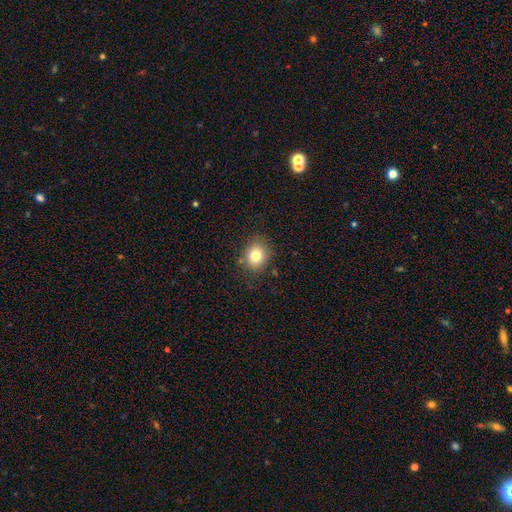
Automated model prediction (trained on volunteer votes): Q: Smooth or featured?
A: smooth (80%); runner-up: star or artifact (12%)
Q: How rounded?
A: round (70%); runner-up: in between (29%)
Q: Merging?
A: none (83%); runner-up: minor disturbance (11%)